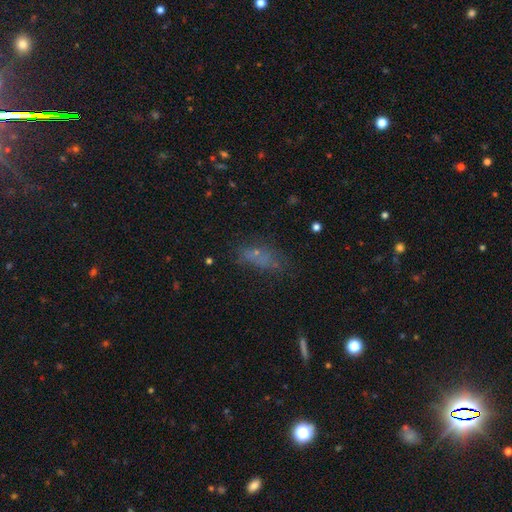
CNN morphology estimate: Smooth or featured: smooth — 55% (star or artifact — 24%)
How rounded: in between — 73% (cigar-shaped — 19%)
Merging: none — 48% (minor disturbance — 24%)